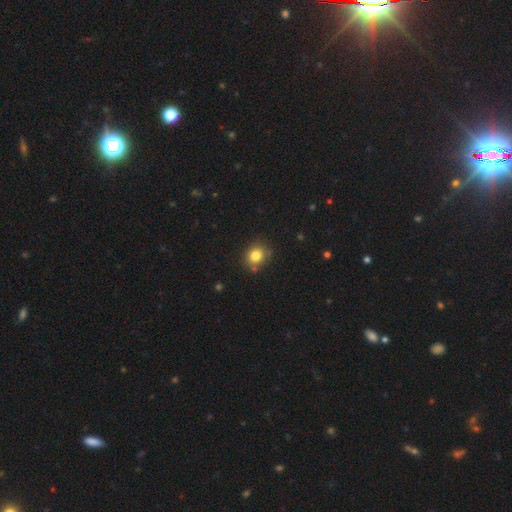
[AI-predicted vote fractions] Smooth or featured?
  - smooth: 81% *
  - star or artifact: 12%
  - featured or disk: 7%
How rounded?
  - round: 76% *
  - in between: 23%
  - cigar-shaped: 1%
Merging?
  - none: 79% *
  - minor disturbance: 13%
  - merger: 5%
  - major disturbance: 3%